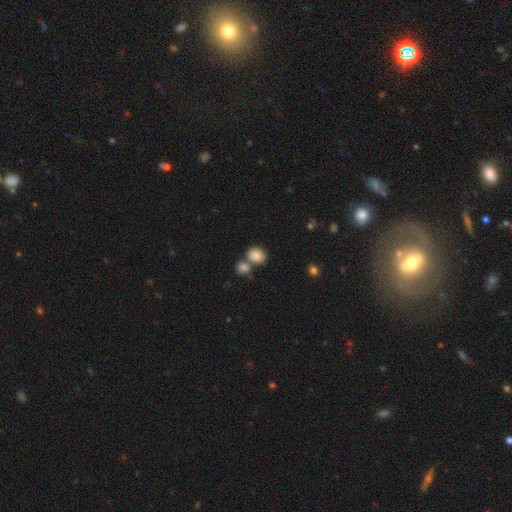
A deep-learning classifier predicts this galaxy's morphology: A smooth galaxy with no disk features (84%) that is round (52%).

Vote fractions:
- Smooth or featured? smooth: 84% / star or artifact: 9% / featured or disk: 7%
- How rounded? round: 52% / in between: 46% / cigar-shaped: 1%
- Merging? none: 46% / merger: 40% / minor disturbance: 10% / major disturbance: 4%